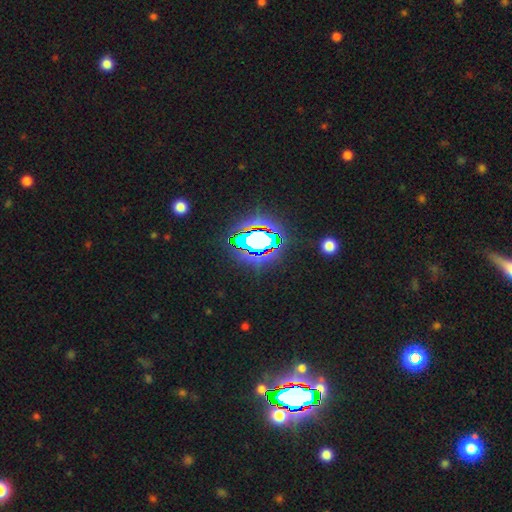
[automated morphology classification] The model was most divided on "smooth or featured": star or artifact: 82%, smooth: 10%, featured or disk: 7%.